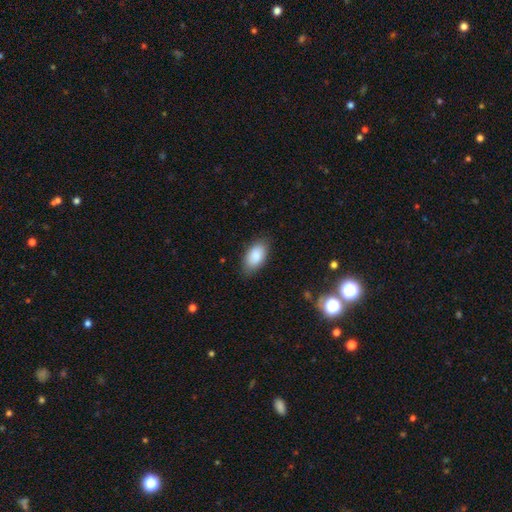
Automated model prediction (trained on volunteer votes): This is clearly a smooth galaxy (87%). How rounded: clearly in between (94%). Merging: clearly none (82%).